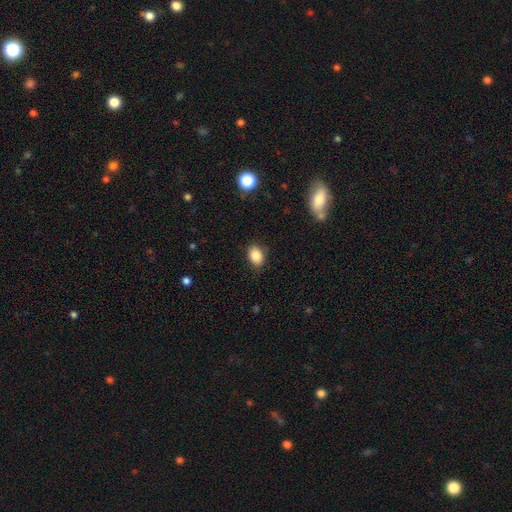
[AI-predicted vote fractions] smooth_or_featured: smooth (p=0.87) [alt: star or artifact p=0.09]
how_rounded: in between (p=0.76) [alt: round p=0.23]
merging: none (p=0.84) [alt: minor disturbance p=0.12]